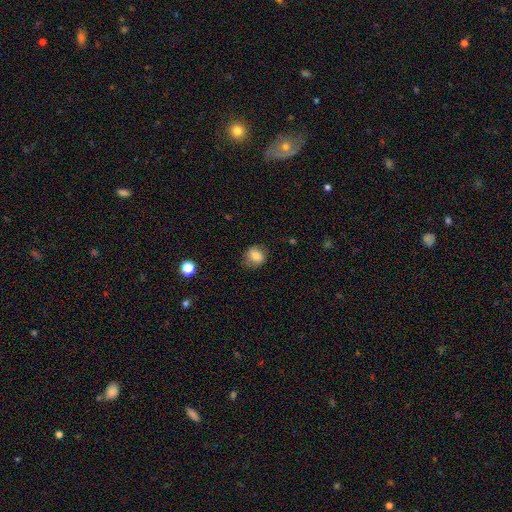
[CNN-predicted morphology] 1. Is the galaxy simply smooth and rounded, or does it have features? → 81% smooth, 9% featured or disk, 9% star or artifact.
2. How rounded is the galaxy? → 73% round, 26% in between, 1% cigar-shaped.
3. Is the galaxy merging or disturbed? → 75% none, 18% minor disturbance, 5% major disturbance, 1% merger.